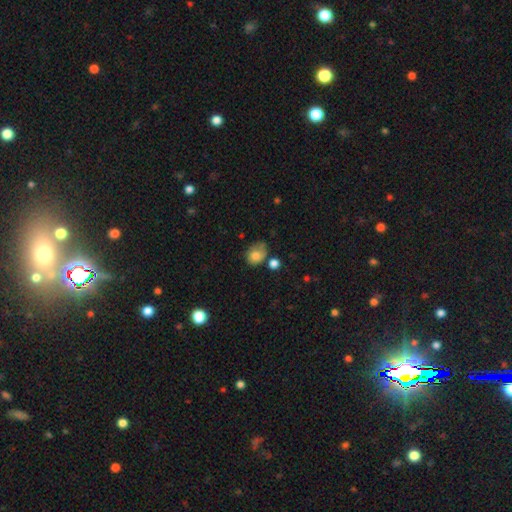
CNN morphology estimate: type=smooth (76%); roundness=in between (55%); merging=none (44%).